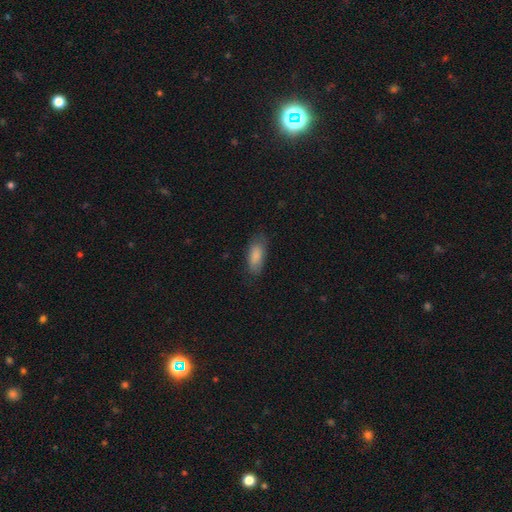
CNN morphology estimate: Q: Smooth or featured?
A: smooth (87%); runner-up: featured or disk (7%)
Q: How rounded?
A: in between (87%); runner-up: cigar-shaped (11%)
Q: Merging?
A: none (74%); runner-up: minor disturbance (19%)